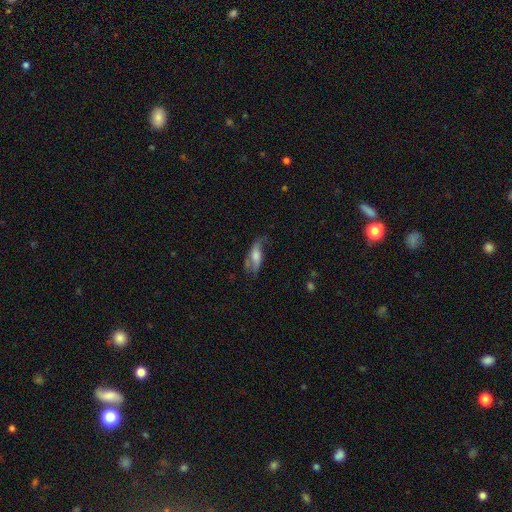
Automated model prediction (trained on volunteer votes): Morphology: type=smooth (52%); roundness=in between (72%); merging=none (42%).